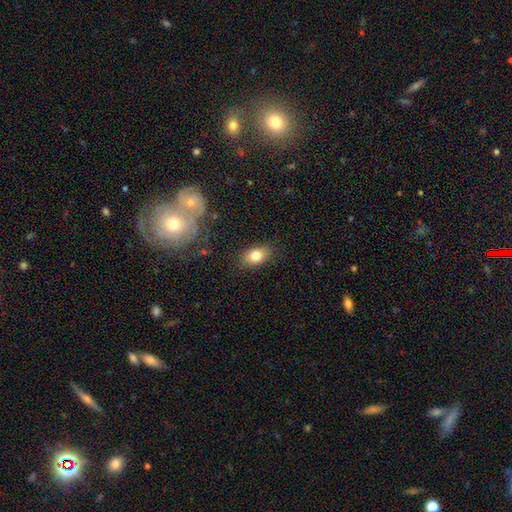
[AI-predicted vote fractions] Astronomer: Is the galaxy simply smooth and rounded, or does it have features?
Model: smooth — 79%.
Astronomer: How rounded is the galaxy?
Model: in between — 86%.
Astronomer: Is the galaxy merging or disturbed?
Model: none — 84%.